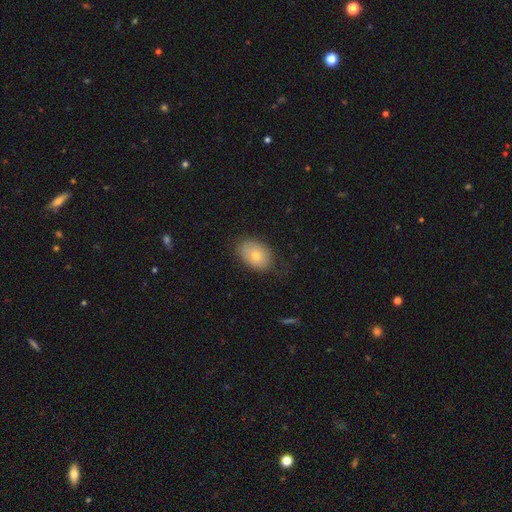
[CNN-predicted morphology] This is likely a smooth galaxy (72%). How rounded: likely in between (78%). Merging: likely none (74%).